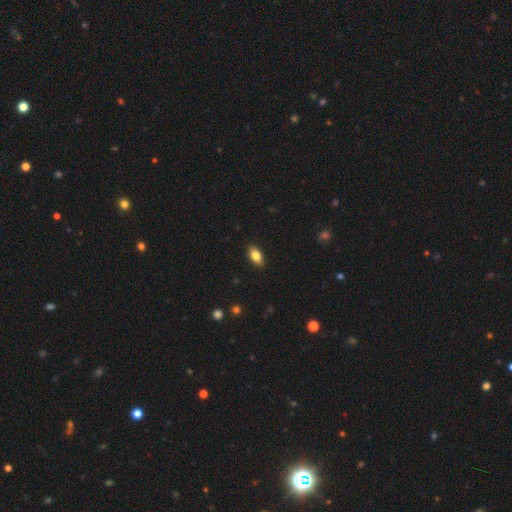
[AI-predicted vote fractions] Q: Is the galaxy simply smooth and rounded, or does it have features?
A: smooth — 81%.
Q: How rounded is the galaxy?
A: in between — 89%.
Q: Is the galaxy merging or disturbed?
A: none — 89%.